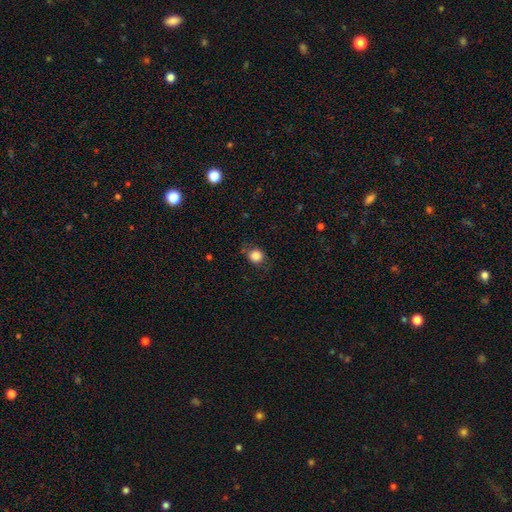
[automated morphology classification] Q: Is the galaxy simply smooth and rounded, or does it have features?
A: smooth — 83%.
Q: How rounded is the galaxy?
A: round — 81%.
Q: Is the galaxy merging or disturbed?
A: none — 73%.